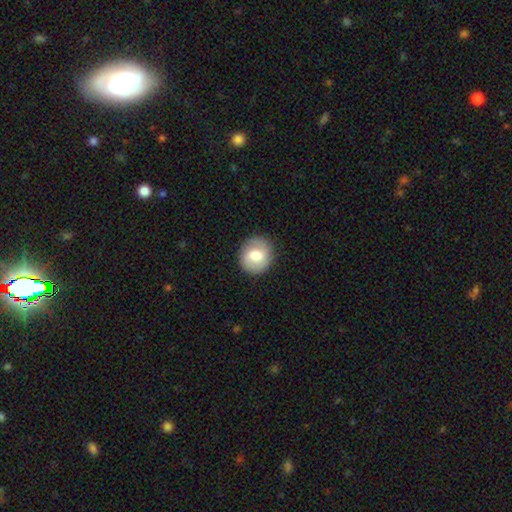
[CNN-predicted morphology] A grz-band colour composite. It shows a smooth galaxy with no disk features (67%) that is round (83%). Merging: none (88%).